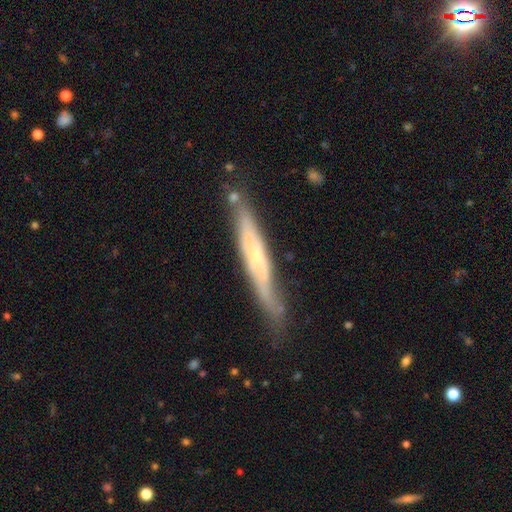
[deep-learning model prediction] Smooth or featured: featured or disk — 65% (smooth — 29%)
Edge-on disk: yes — 78% (no — 22%)
Edge-on bulge: rounded — 49% (none — 44%)
Merging: none — 68% (minor disturbance — 23%)